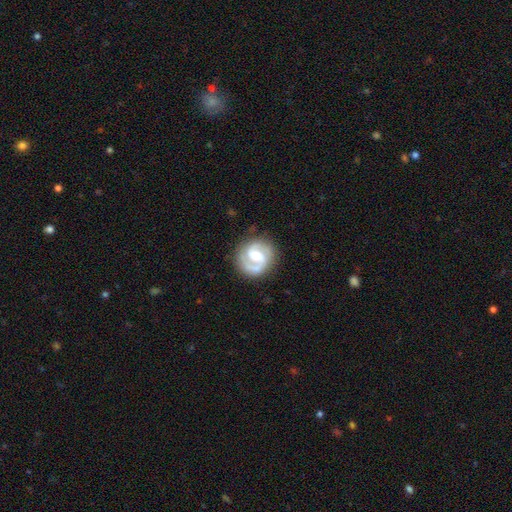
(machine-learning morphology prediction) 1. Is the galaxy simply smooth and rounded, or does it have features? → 88% featured or disk, 8% smooth, 4% star or artifact.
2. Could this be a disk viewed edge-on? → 98% no, 2% yes.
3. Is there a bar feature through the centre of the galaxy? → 51% weak, 30% no, 19% strong.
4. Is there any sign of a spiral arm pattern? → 97% yes, 3% no.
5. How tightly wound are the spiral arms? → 51% medium, 36% tight, 12% loose.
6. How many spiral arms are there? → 88% 2, 5% 1, 3% can't tell, 3% 3, 1% 4, 1% more than 4.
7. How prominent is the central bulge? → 57% moderate, 33% small, 6% large, 3% none, 1% dominant.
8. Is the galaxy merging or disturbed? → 82% none, 12% minor disturbance, 4% major disturbance, 1% merger.